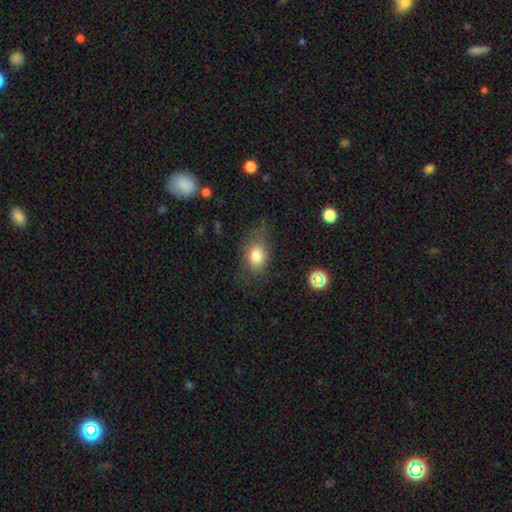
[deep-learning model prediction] smooth 78%, featured or disk 12%, star or artifact 10%. Down the decision tree: how rounded — in between (77%); merging — none (63%).